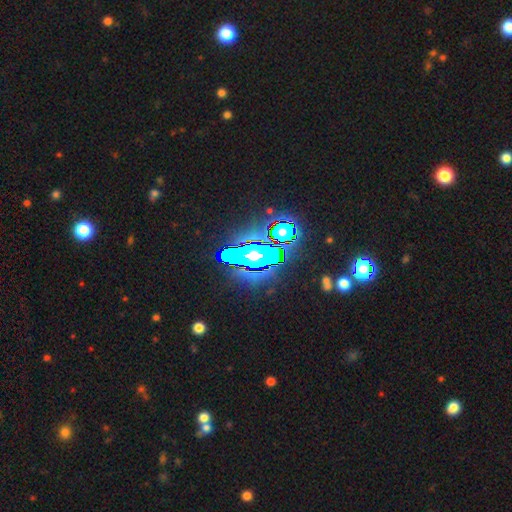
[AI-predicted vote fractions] This appears to be a star or artifact, not a galaxy (81%).